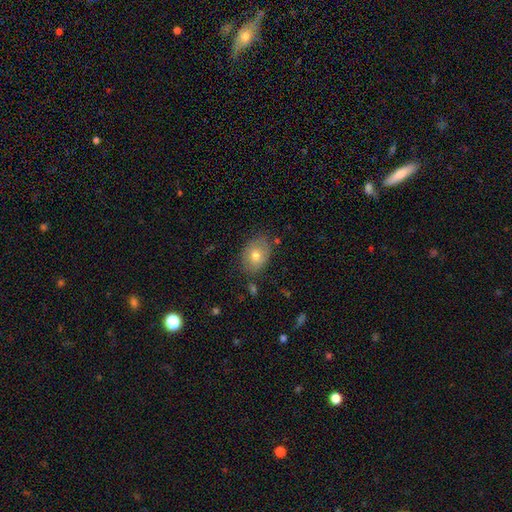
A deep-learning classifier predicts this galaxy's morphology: Smooth or featured?
  - smooth: 72% *
  - featured or disk: 20%
  - star or artifact: 9%
How rounded?
  - in between: 73% *
  - round: 26%
  - cigar-shaped: 1%
Merging?
  - none: 76% *
  - minor disturbance: 18%
  - major disturbance: 4%
  - merger: 2%